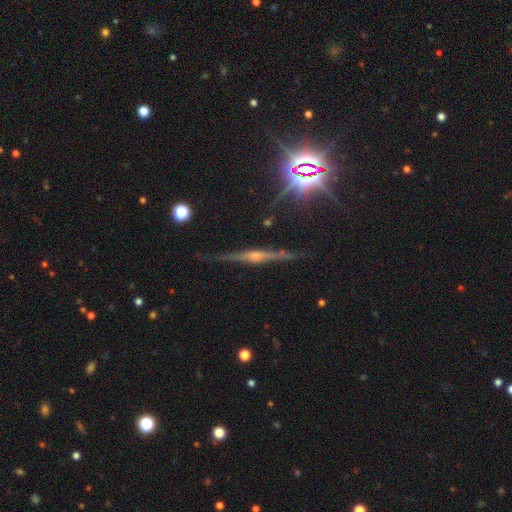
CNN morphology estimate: featured or disk 77%, star or artifact 14%, smooth 9%. Down the decision tree: edge-on disk — yes (98%); edge-on bulge — rounded (78%); merging — none (87%).